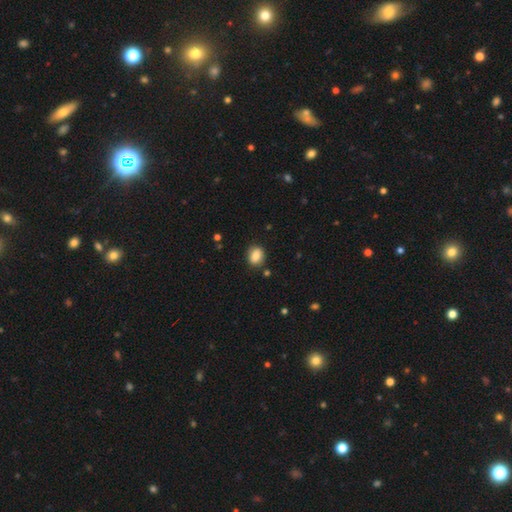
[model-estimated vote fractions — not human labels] smooth 84%, star or artifact 9%, featured or disk 7%. Down the decision tree: how rounded — in between (50%); merging — none (84%).